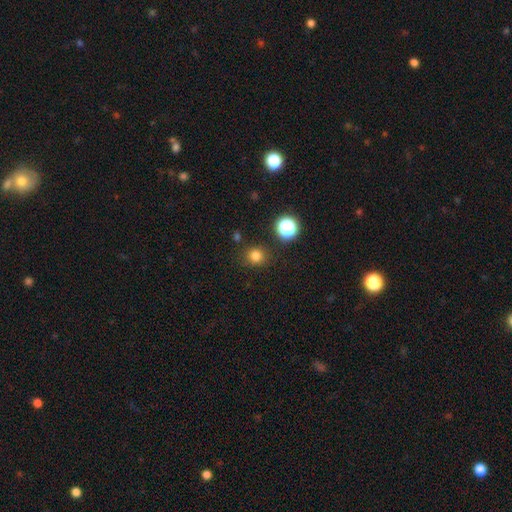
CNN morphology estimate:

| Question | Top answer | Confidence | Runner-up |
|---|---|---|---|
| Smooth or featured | smooth | 79% | star or artifact (16%) |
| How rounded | round | 84% | in between (15%) |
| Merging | none | 85% | minor disturbance (9%) |